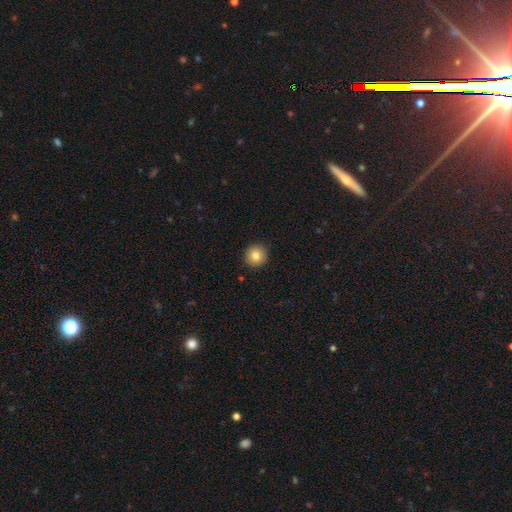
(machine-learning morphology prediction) The model was most divided on "smooth or featured": smooth: 83%, star or artifact: 9%, featured or disk: 8%. More confident: how rounded — round (93%); merging — none (91%).